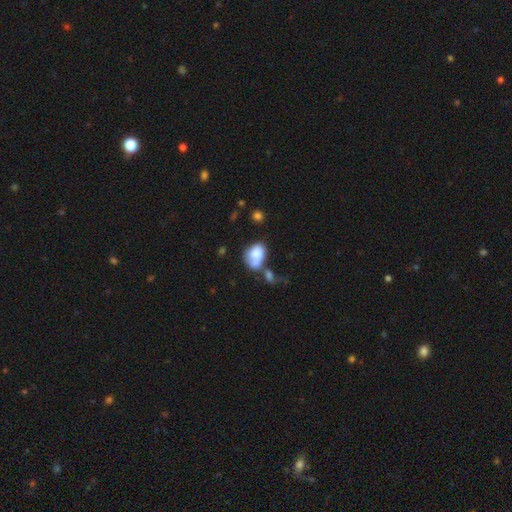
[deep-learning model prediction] Smooth or featured? smooth (72%)
How rounded? in between (78%)
Merging? merger (43%)